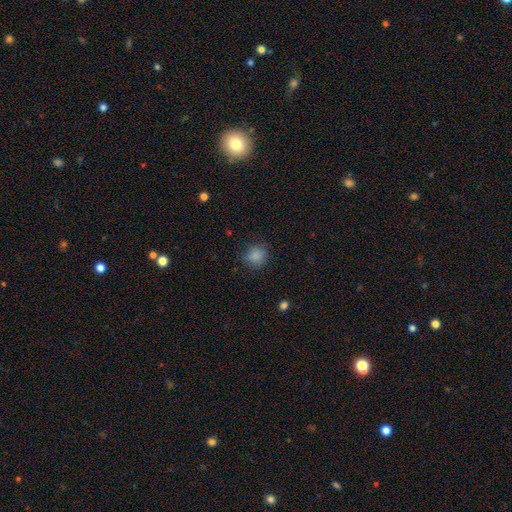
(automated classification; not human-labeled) A smooth galaxy with no disk features (86%) that is round (83%). Merging: none (82%).